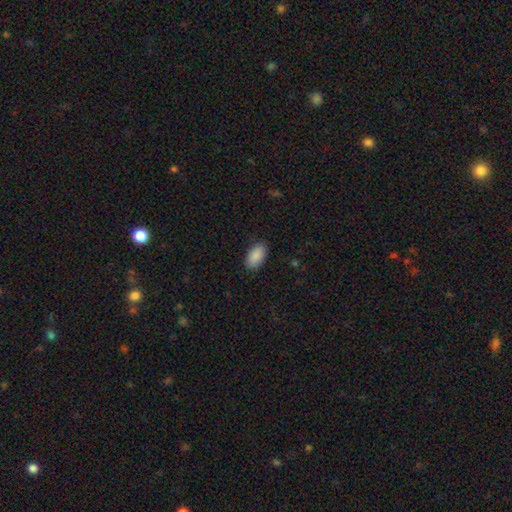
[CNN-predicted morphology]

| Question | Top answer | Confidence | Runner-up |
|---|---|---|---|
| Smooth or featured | smooth | 90% | star or artifact (6%) |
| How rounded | in between | 95% | round (3%) |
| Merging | none | 88% | minor disturbance (9%) |